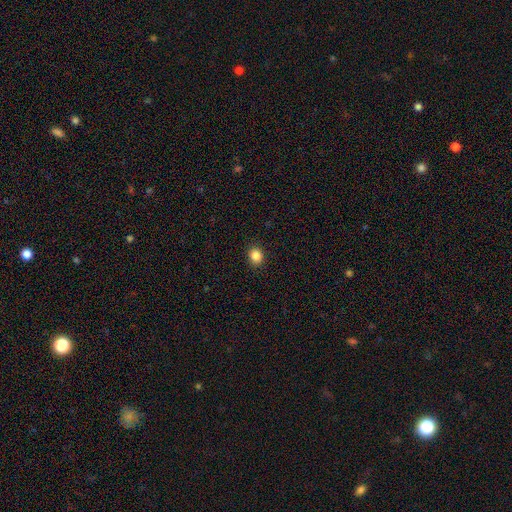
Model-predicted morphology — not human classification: smooth 86%, star or artifact 11%, featured or disk 4%. Down the decision tree: how rounded — round (70%); merging — none (91%).